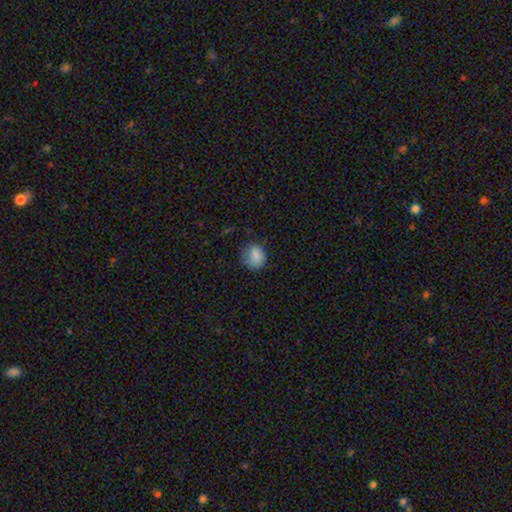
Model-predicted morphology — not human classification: smooth 84%, star or artifact 9%, featured or disk 6%. Down the decision tree: how rounded — round (66%); merging — none (67%).